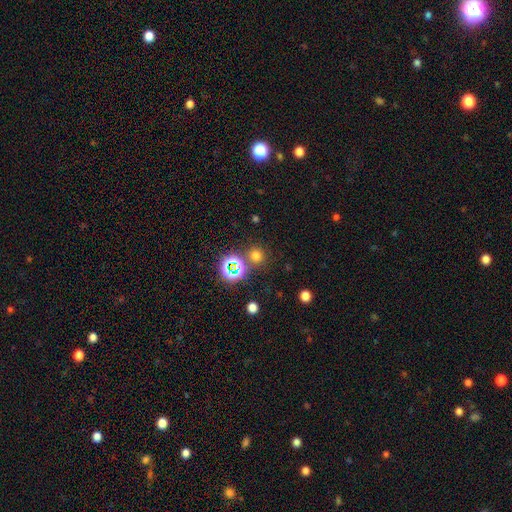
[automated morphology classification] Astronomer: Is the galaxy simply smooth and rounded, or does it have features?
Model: smooth — 64%.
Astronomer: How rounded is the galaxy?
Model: round — 92%.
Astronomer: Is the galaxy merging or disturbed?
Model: none — 79%.